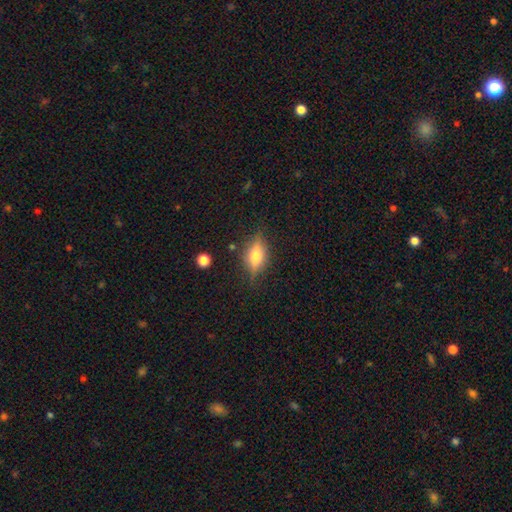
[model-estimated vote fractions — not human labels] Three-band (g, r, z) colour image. It shows a featured or disk galaxy (50%) viewed edge-on (89%). Merging: none (81%).